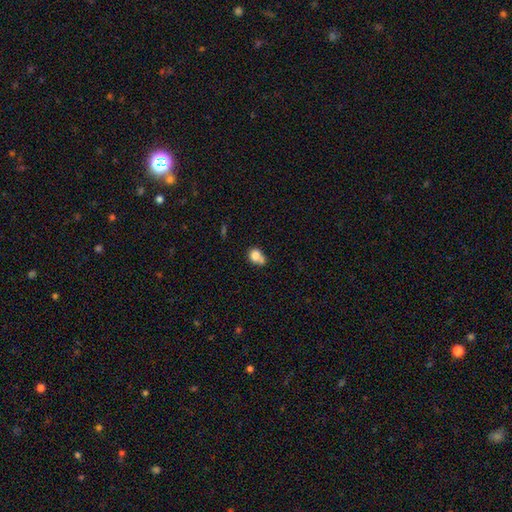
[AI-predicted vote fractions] A smooth galaxy with no disk features (78%) that is round (66%).

Vote fractions:
- Smooth or featured? smooth: 78% / featured or disk: 12% / star or artifact: 10%
- How rounded? round: 66% / in between: 33% / cigar-shaped: 1%
- Merging? merger: 45% / none: 37% / minor disturbance: 13% / major disturbance: 5%